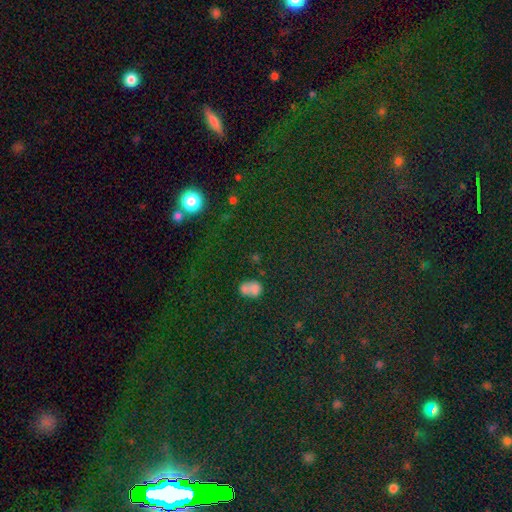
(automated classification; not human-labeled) This is likely a star or artifact rather than a galaxy (60%).